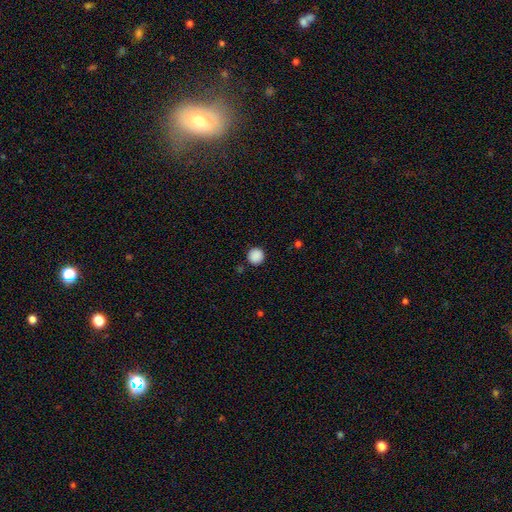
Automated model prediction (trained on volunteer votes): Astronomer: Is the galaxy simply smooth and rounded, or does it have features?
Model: smooth — 89%.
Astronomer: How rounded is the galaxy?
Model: round — 95%.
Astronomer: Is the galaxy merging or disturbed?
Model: none — 91%.